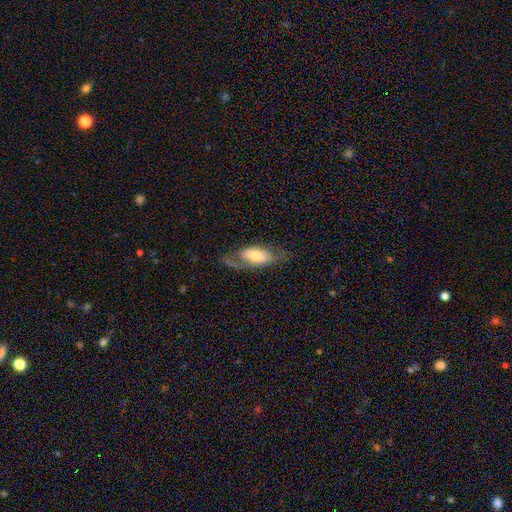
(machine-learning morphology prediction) featured or disk 52%, smooth 41%, star or artifact 7%. Down the decision tree: edge-on disk — no (82%); merging — none (55%).